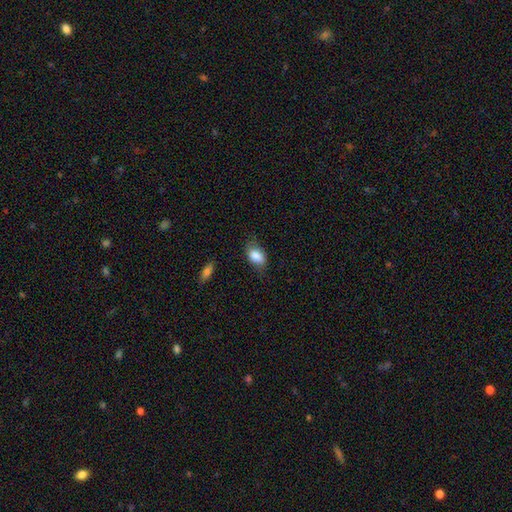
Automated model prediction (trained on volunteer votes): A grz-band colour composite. It shows a smooth galaxy with no disk features (84%) that is in between round and cigar-shaped (89%). Merging: none (66%).